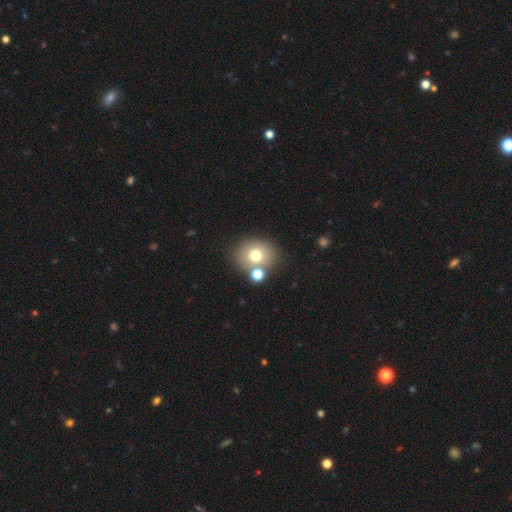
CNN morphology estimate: type=smooth (72%); roundness=round (68%); merging=none (67%).